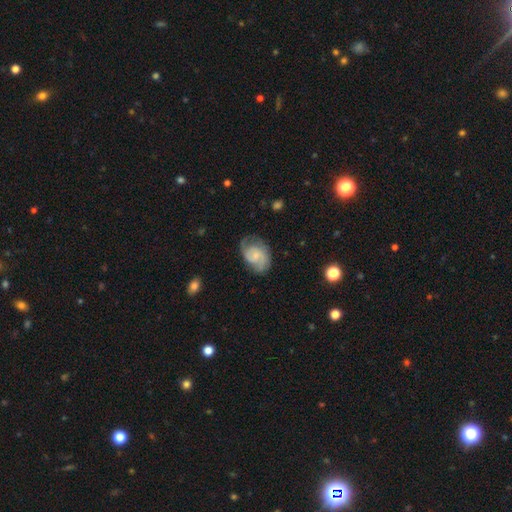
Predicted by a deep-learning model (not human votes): Smooth or featured: featured or disk — 67% (smooth — 26%)
Edge-on disk: no — 97% (yes — 3%)
Bar: no — 55% (weak — 39%)
Spiral arms: yes — 91% (no — 9%)
Spiral winding: medium — 47% (tight — 31%)
Spiral arm count: 2 — 72% (can't tell — 14%)
Bulge size: small — 61% (moderate — 24%)
Merging: none — 61% (minor disturbance — 25%)